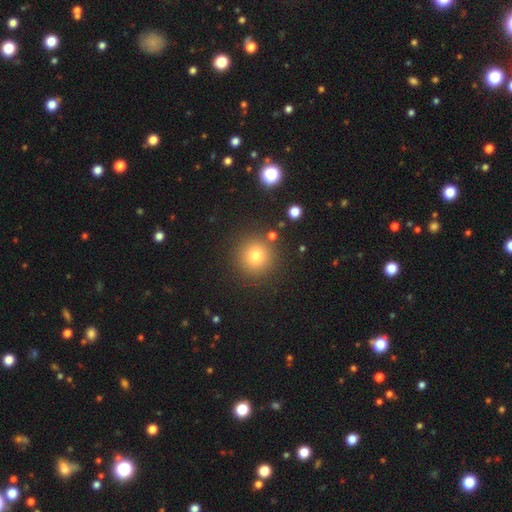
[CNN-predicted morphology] Smooth or featured? smooth (77%)
How rounded? round (95%)
Merging? none (88%)